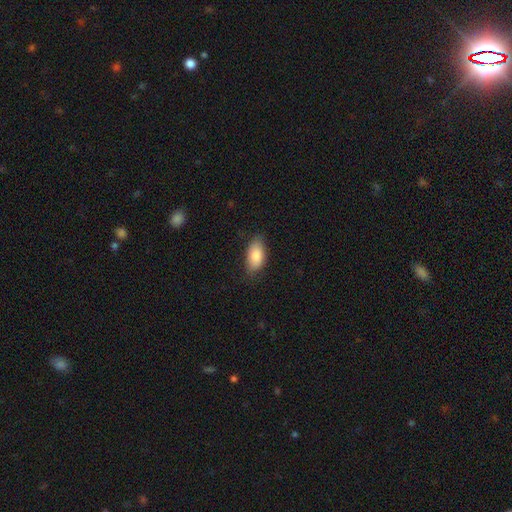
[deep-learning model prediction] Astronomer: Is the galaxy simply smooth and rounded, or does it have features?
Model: smooth — 85%.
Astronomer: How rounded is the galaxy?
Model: in between — 93%.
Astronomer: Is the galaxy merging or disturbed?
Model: none — 78%.